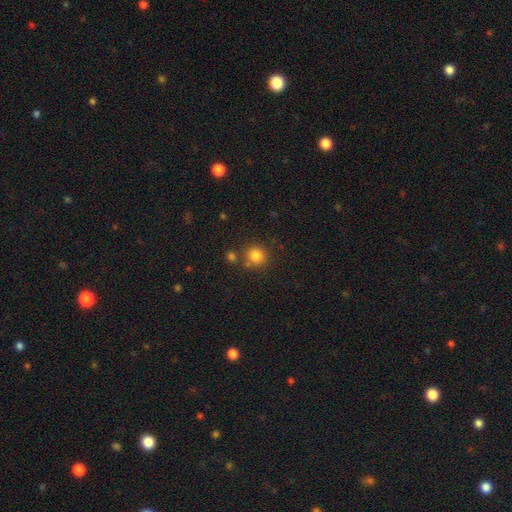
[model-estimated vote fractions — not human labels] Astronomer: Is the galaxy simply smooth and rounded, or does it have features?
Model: smooth — 83%.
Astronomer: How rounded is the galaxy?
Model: round — 91%.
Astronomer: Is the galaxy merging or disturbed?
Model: none — 77%.